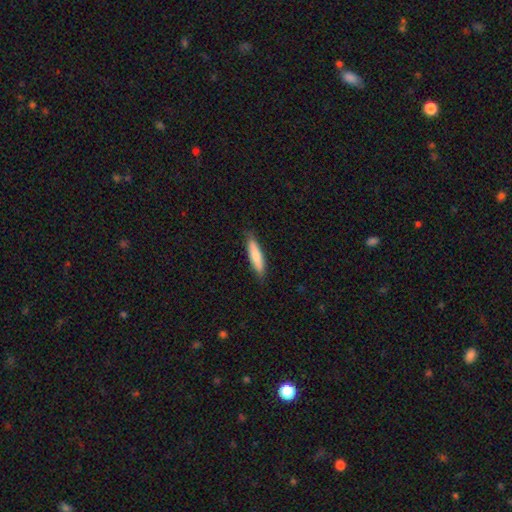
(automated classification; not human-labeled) Morphology: type=smooth (71%); roundness=cigar-shaped (75%); merging=none (84%).